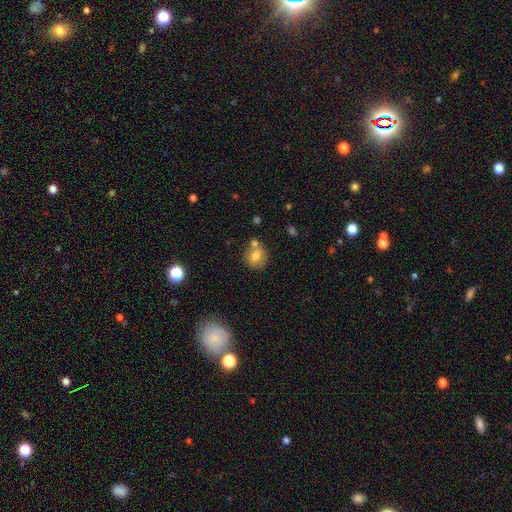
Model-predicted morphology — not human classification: Smooth or featured? Predicted: smooth (p=0.73). How rounded? Predicted: round (p=0.79). Merging? Predicted: none (p=0.63).